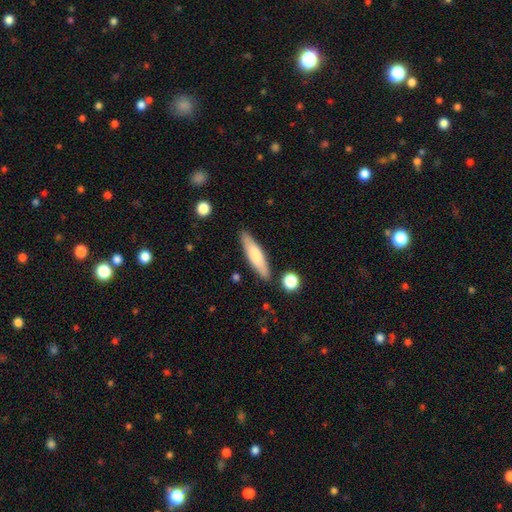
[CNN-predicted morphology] type=smooth (69%); roundness=cigar-shaped (76%); merging=none (86%).